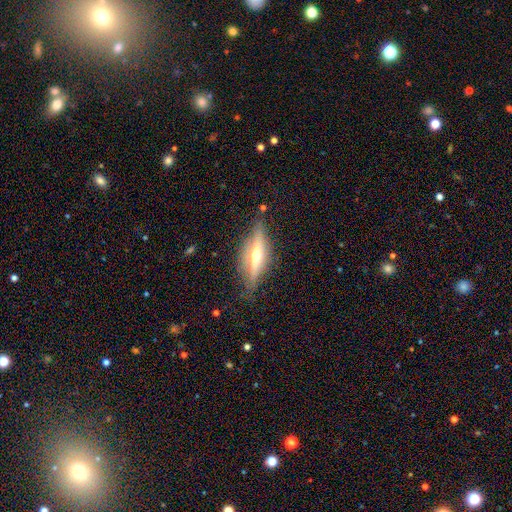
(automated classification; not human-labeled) A featured or disk galaxy (70%) viewed edge-on (91%) with a rounded central bulge (91%).

Vote fractions:
- Smooth or featured? featured or disk: 70% / smooth: 23% / star or artifact: 7%
- Edge-on disk? yes: 91% / no: 9%
- Edge-on bulge? rounded: 91% / boxy: 5% / none: 4%
- Merging? none: 80% / minor disturbance: 14% / major disturbance: 4% / merger: 2%